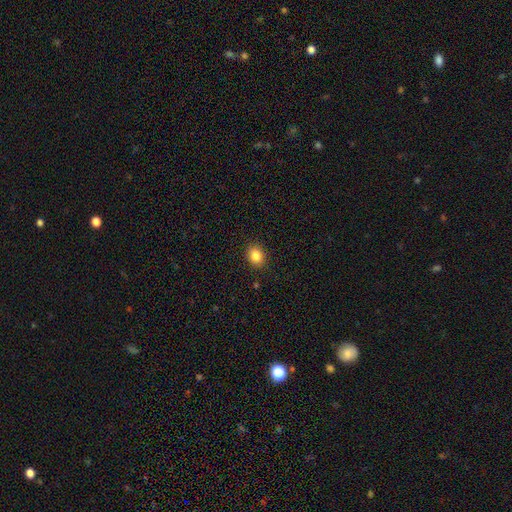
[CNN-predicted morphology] smooth 85%, star or artifact 10%, featured or disk 5%. Down the decision tree: how rounded — round (52%); merging — none (90%).